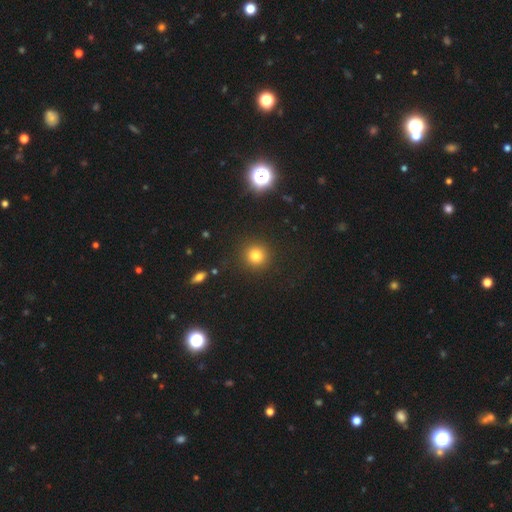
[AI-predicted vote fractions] Morphology: type=smooth (79%); roundness=round (91%); merging=none (90%).